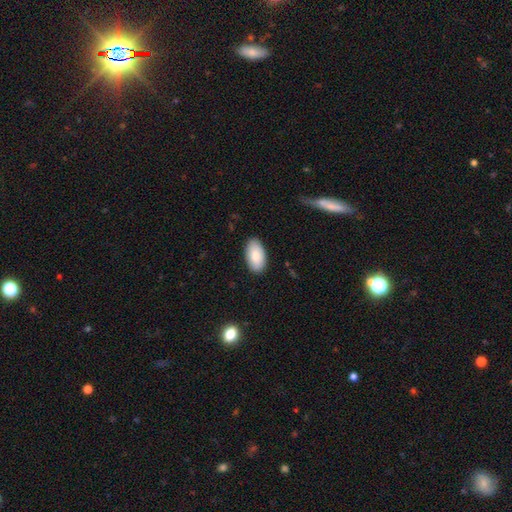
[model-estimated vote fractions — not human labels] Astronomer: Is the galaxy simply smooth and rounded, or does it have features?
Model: smooth — 86%.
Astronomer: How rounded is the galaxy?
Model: in between — 96%.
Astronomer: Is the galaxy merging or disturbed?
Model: none — 88%.